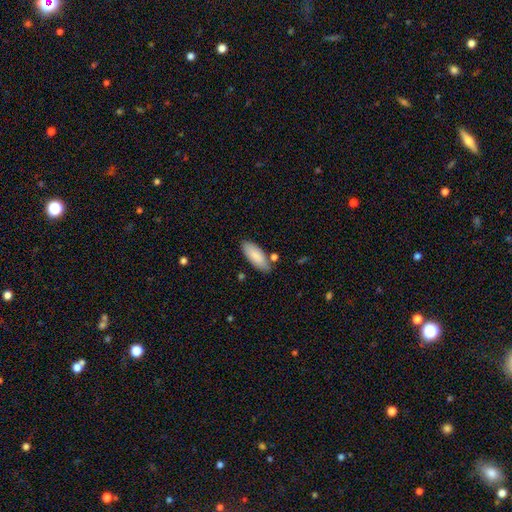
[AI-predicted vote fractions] smooth_or_featured: smooth (p=0.86) [alt: featured or disk p=0.08]
how_rounded: in between (p=0.79) [alt: cigar-shaped p=0.19]
merging: none (p=0.78) [alt: minor disturbance p=0.14]